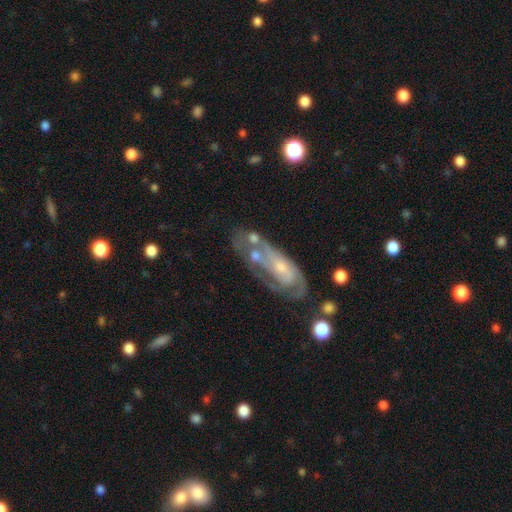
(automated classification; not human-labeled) This appears to be a featured or disk galaxy (65%) with no bar (74%), spiral arms (62%) and a small central bulge (44%). Merging: merger (36%).